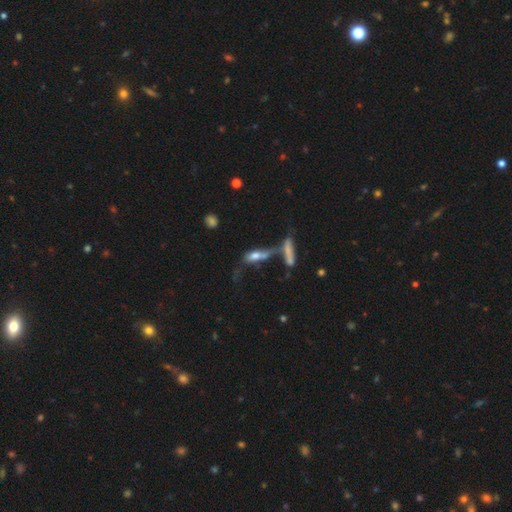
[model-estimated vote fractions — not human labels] Overall: smooth (52%; featured or disk 36%). How rounded: in between (51%; cigar-shaped 45%). Merging: merger (53%; none 18%).